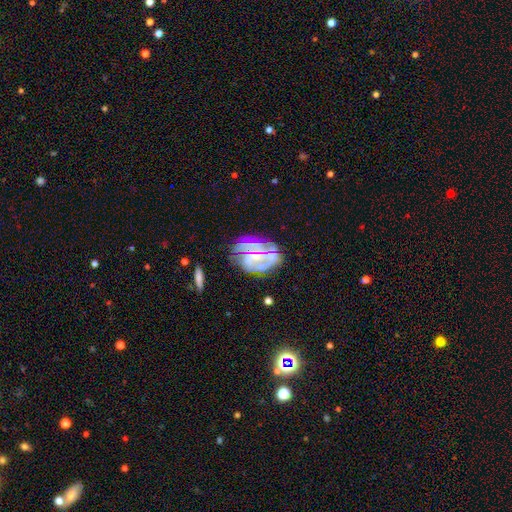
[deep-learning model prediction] This appears to be a featured or disk galaxy (73%) with no bar (52%), tight (50%) spiral arms (77%) and a small central bulge (55%). Merging: none (60%).